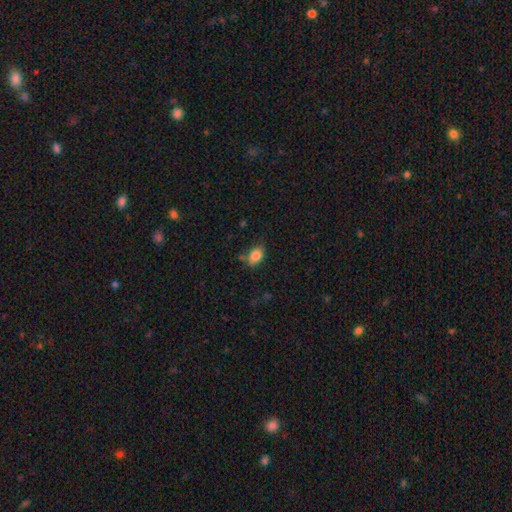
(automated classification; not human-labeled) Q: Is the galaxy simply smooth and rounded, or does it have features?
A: smooth — 84%.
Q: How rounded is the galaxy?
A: in between — 80%.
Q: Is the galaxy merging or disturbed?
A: none — 66%.